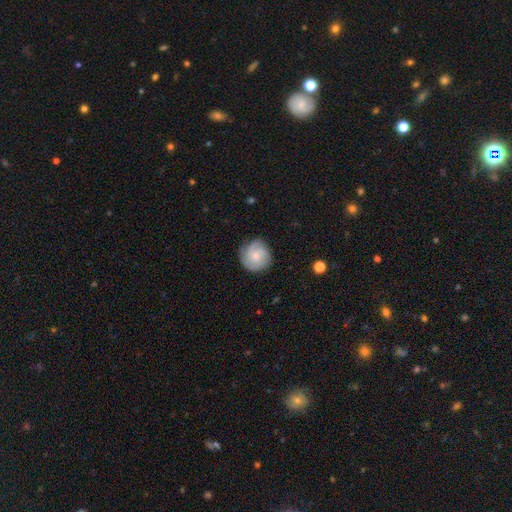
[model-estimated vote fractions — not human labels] smooth_or_featured: featured or disk (p=0.58) [alt: smooth p=0.35]
disk_edge_on: no (p=0.98) [alt: yes p=0.02]
bar: no (p=0.75) [alt: weak p=0.22]
has_spiral_arms: yes (p=0.91) [alt: no p=0.09]
spiral_winding: tight (p=0.63) [alt: medium p=0.30]
spiral_arm_count: 3 (p=0.32) [alt: can't tell p=0.28]
bulge_size: small (p=0.51) [alt: moderate p=0.39]
merging: none (p=0.77) [alt: minor disturbance p=0.17]